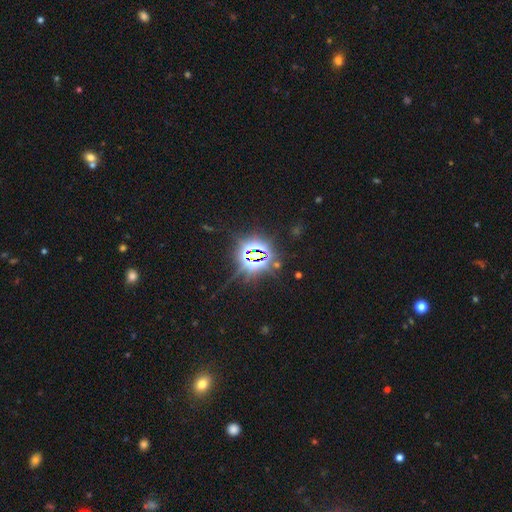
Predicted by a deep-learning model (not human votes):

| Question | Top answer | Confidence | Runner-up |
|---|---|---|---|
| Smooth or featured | star or artifact | 83% | smooth (9%) |